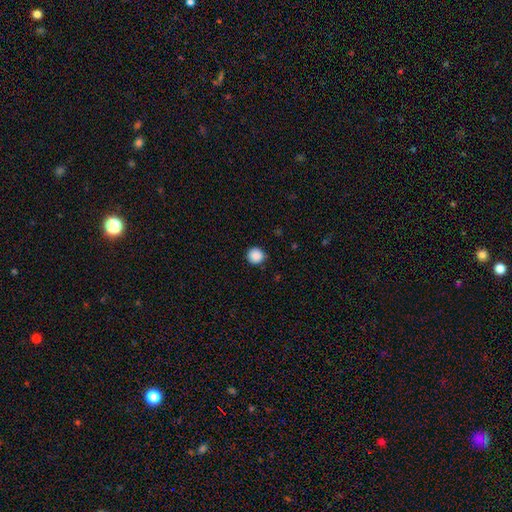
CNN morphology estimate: This appears to be a smooth galaxy with no disk features (89%) that is round (94%). Merging: none (90%).